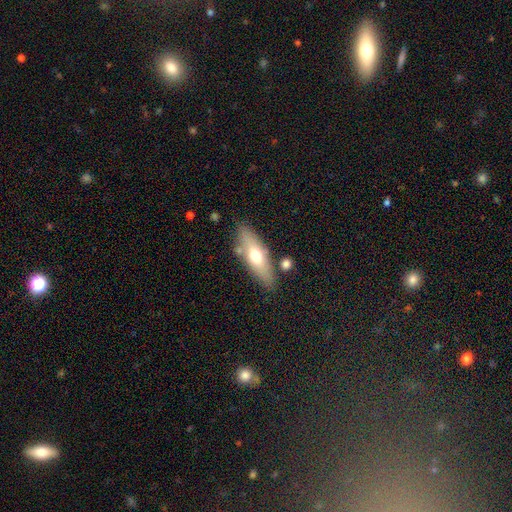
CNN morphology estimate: Overall: smooth (58%; featured or disk 36%). How rounded: in between (53%; cigar-shaped 45%). Merging: none (78%).